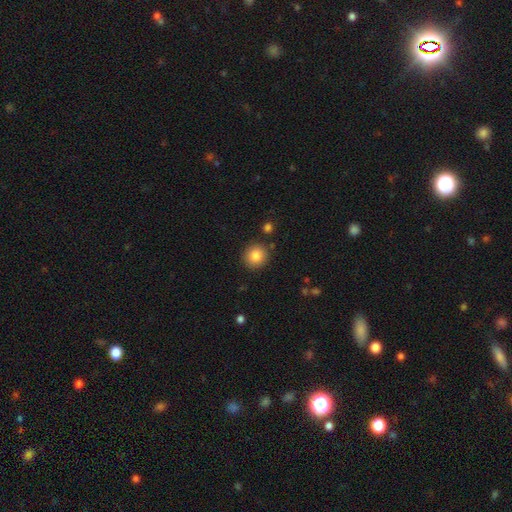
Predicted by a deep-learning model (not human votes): A smooth galaxy with no disk features (84%) that is round (90%). Merging: none (88%).